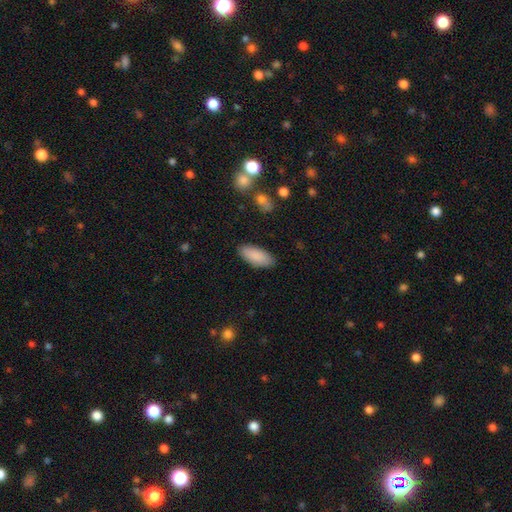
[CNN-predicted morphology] Smooth or featured? smooth (89%)
How rounded? in between (83%)
Merging? none (87%)